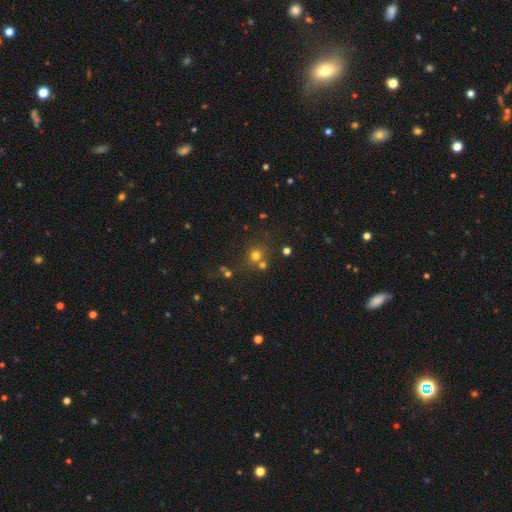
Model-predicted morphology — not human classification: Smooth or featured? smooth (68%)
How rounded? round (86%)
Merging? none (65%)